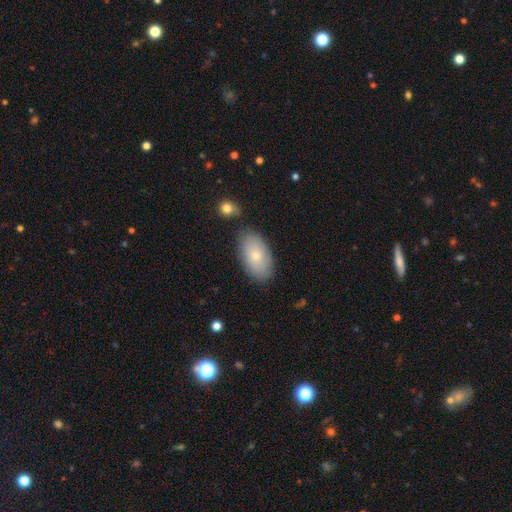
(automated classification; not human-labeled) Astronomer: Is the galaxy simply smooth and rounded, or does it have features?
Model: smooth — 75%.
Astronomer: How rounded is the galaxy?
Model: in between — 94%.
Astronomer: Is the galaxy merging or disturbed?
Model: none — 78%.